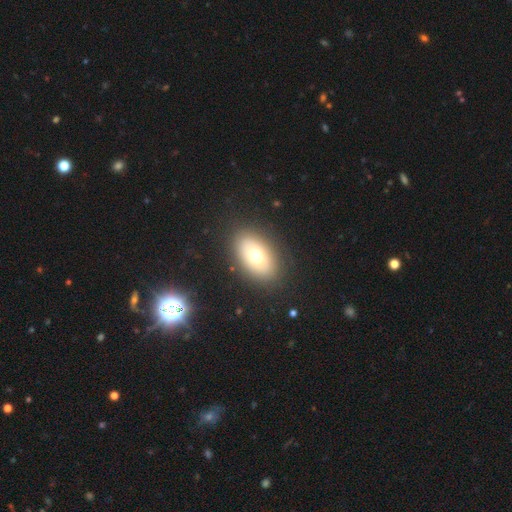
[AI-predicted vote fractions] Smooth or featured?
  - smooth: 65% *
  - featured or disk: 26%
  - star or artifact: 9%
How rounded?
  - in between: 89% *
  - round: 9%
  - cigar-shaped: 2%
Merging?
  - none: 86% *
  - minor disturbance: 9%
  - major disturbance: 3%
  - merger: 1%